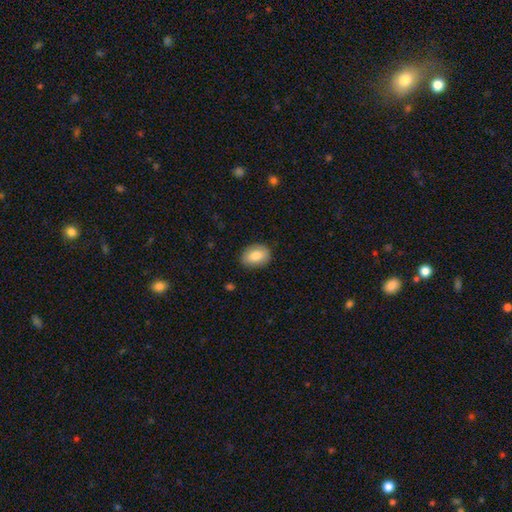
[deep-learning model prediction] A smooth galaxy with no disk features (82%) that is in between round and cigar-shaped (79%).

Vote fractions:
- Smooth or featured? smooth: 82% / featured or disk: 11% / star or artifact: 7%
- How rounded? in between: 79% / round: 20% / cigar-shaped: 1%
- Merging? none: 84% / minor disturbance: 12% / major disturbance: 3% / merger: 1%